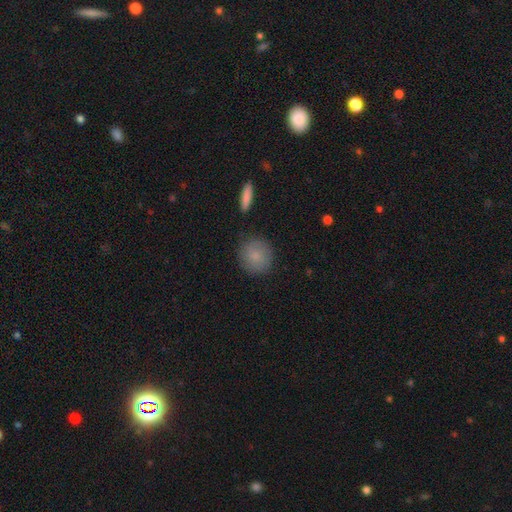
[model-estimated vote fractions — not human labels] Smooth or featured? Predicted: smooth (p=0.82). How rounded? Predicted: round (p=0.90). Merging? Predicted: none (p=0.86).